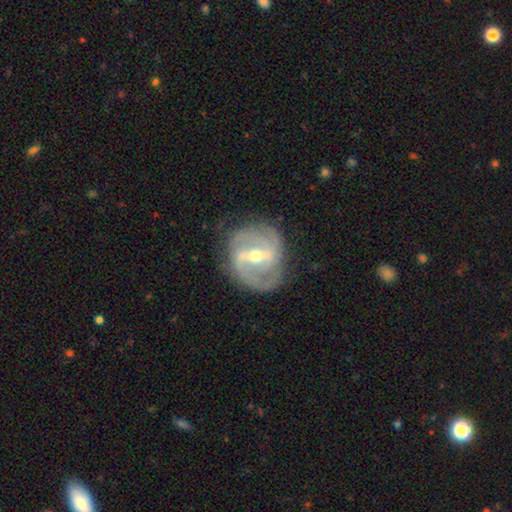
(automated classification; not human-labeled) Q: Smooth or featured?
A: featured or disk (88%); runner-up: smooth (7%)
Q: Edge-on disk?
A: no (97%); runner-up: yes (3%)
Q: Bar?
A: strong (58%); runner-up: weak (33%)
Q: Spiral arms?
A: yes (94%); runner-up: no (6%)
Q: Spiral winding?
A: medium (46%); runner-up: tight (38%)
Q: Spiral arm count?
A: 2 (65%); runner-up: 3 (15%)
Q: Bulge size?
A: moderate (53%); runner-up: small (44%)
Q: Merging?
A: none (77%); runner-up: minor disturbance (16%)